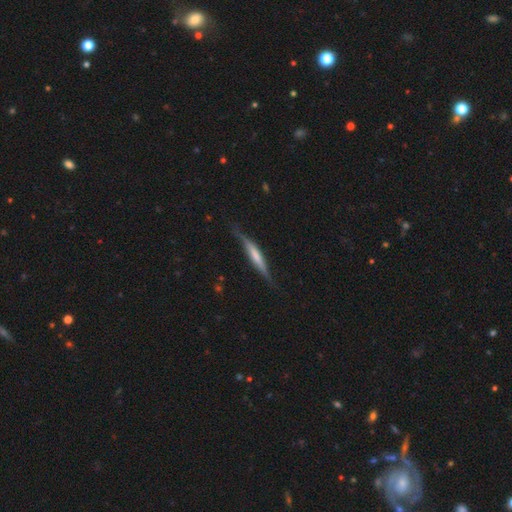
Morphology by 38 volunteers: Smooth or featured? featured or disk (47%)
Edge-on disk? yes (94%)
Edge-on bulge? none (41%)
Merging? none (63%)